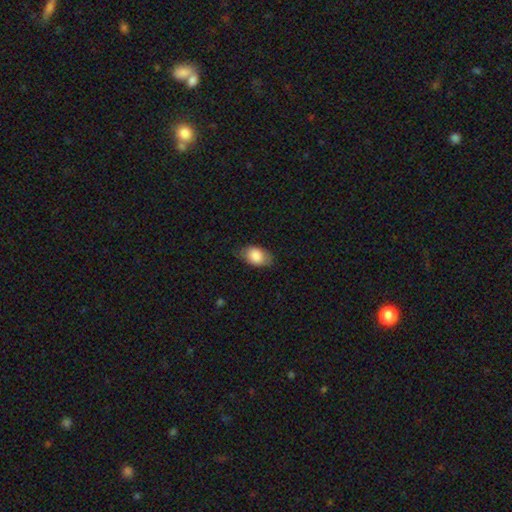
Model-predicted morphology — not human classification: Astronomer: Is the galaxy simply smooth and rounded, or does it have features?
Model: smooth — 84%.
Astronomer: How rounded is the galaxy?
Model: in between — 89%.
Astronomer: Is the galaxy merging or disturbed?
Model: none — 75%.